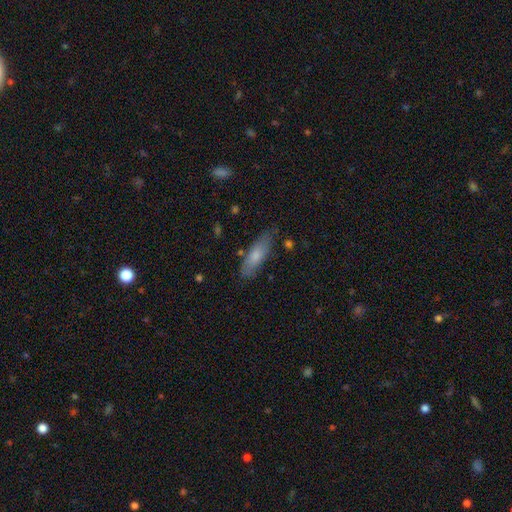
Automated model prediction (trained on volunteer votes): The model was most divided on "how rounded": in between: 50%, cigar-shaped: 49%, round: 2%. More confident: merging — none (77%); smooth or featured — smooth (75%).